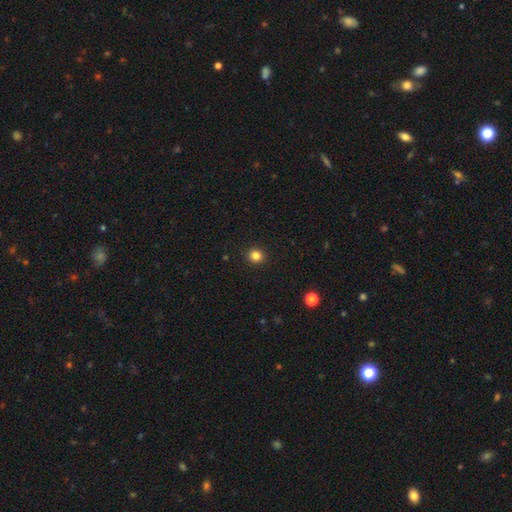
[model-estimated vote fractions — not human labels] A smooth galaxy with no disk features (83%) that is round (90%).

Vote fractions:
- Smooth or featured? smooth: 83% / star or artifact: 12% / featured or disk: 4%
- How rounded? round: 90% / in between: 9% / cigar-shaped: 1%
- Merging? none: 93% / minor disturbance: 5% / major disturbance: 2% / merger: 1%